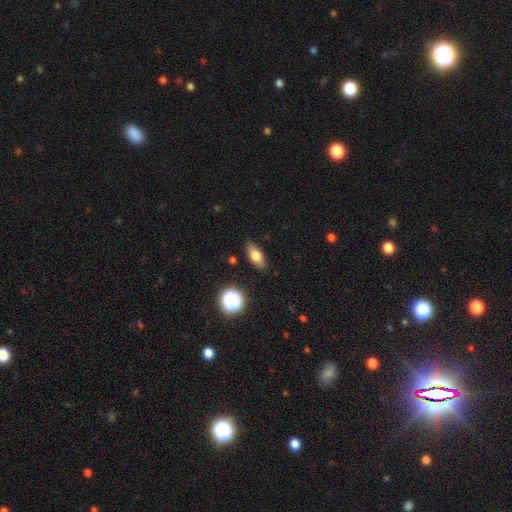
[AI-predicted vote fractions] Smooth or featured? Predicted: smooth (p=0.74). How rounded? Predicted: in between (p=0.77). Merging? Predicted: none (p=0.85).